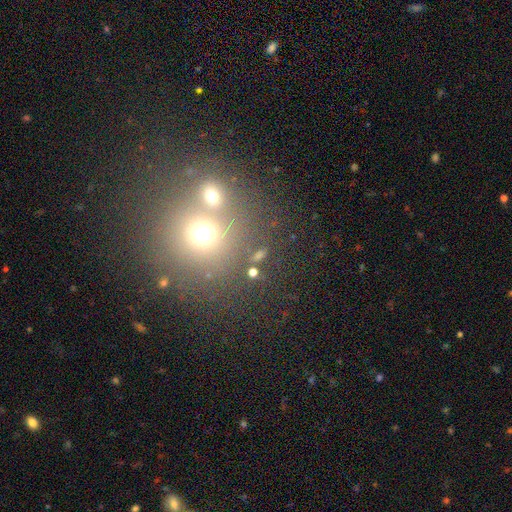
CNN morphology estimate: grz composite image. It shows a smooth galaxy with no disk features (59%) that is round (86%). Merging: none (49%).